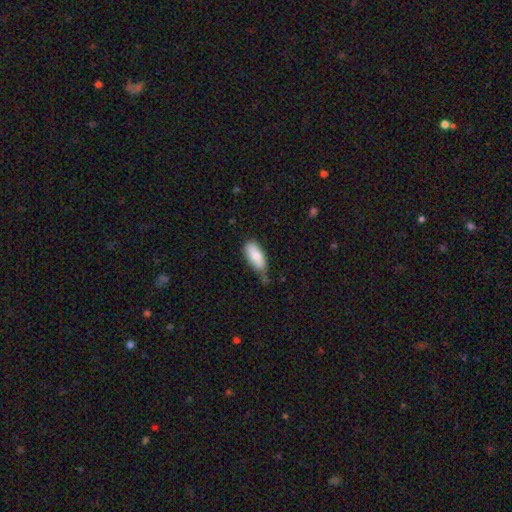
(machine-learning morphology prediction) Overall: smooth (81%). How rounded: in between (82%). Merging: none (49%; minor disturbance 35%).